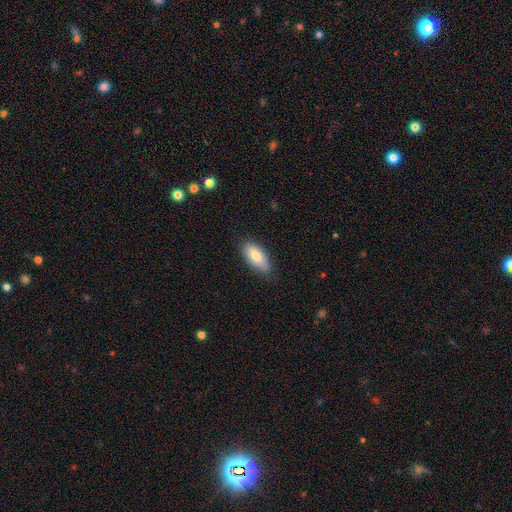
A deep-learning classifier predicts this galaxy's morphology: The model was most divided on "merging": none: 83%, minor disturbance: 14%, major disturbance: 2%, merger: 1%. More confident: how rounded — in between (91%); smooth or featured — smooth (82%).